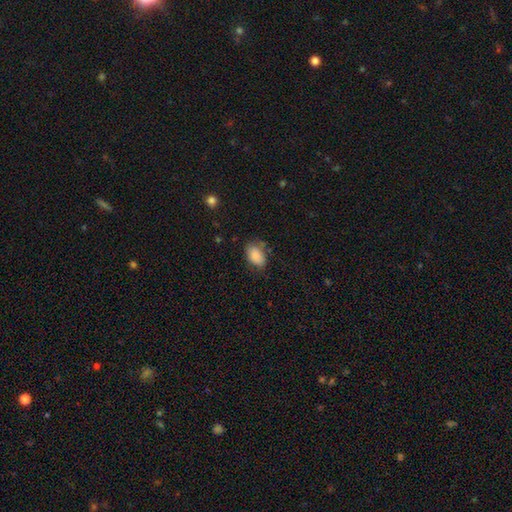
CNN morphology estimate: Smooth or featured? Predicted: smooth (p=0.84). How rounded? Predicted: in between (p=0.89). Merging? Predicted: none (p=0.71).